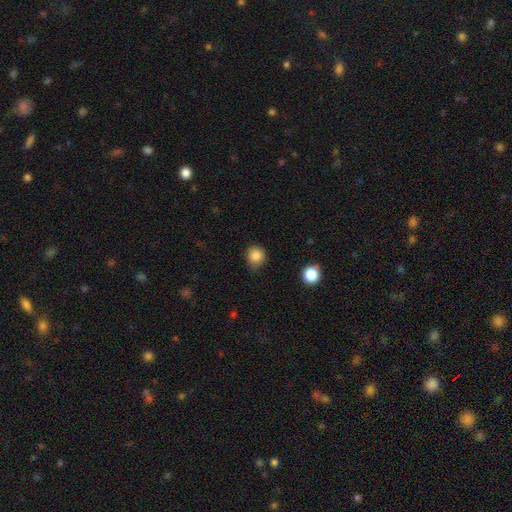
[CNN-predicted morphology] A smooth galaxy with no disk features (85%) that is round (86%).

Vote fractions:
- Smooth or featured? smooth: 85% / star or artifact: 11% / featured or disk: 4%
- How rounded? round: 86% / in between: 13% / cigar-shaped: 1%
- Merging? none: 73% / minor disturbance: 21% / major disturbance: 4% / merger: 2%